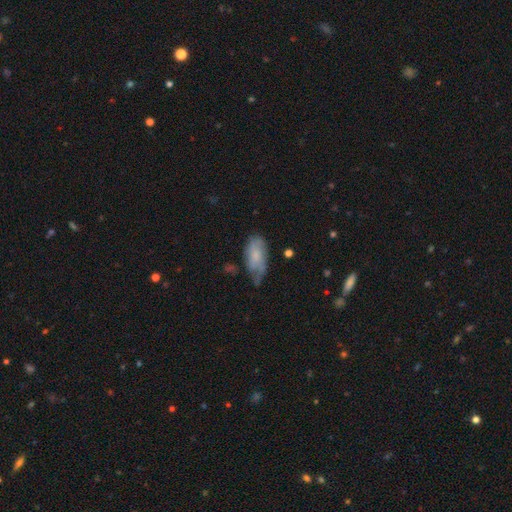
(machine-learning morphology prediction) The model was most divided on "merging": minor disturbance: 40%, none: 39%, major disturbance: 18%, merger: 3%. More confident: how rounded — in between (90%); smooth or featured — smooth (59%).